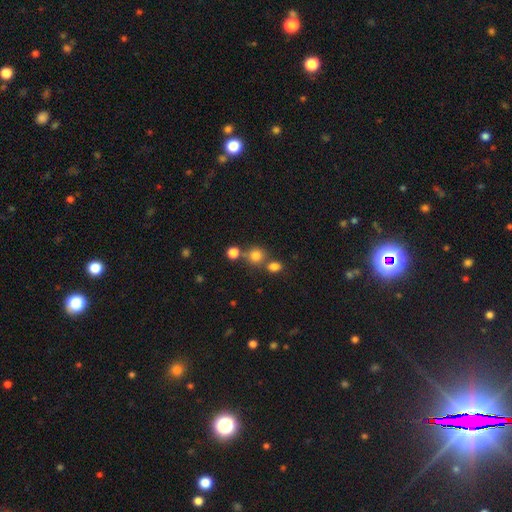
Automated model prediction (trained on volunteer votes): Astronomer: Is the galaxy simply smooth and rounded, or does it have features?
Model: smooth — 77%.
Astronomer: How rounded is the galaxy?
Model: round — 87%.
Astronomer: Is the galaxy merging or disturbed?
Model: none — 63%.